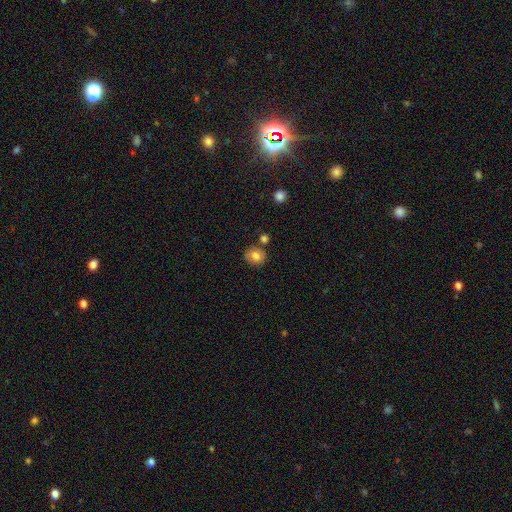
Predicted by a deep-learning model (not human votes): Overall: smooth (77%). How rounded: round (74%). Merging: none (77%).